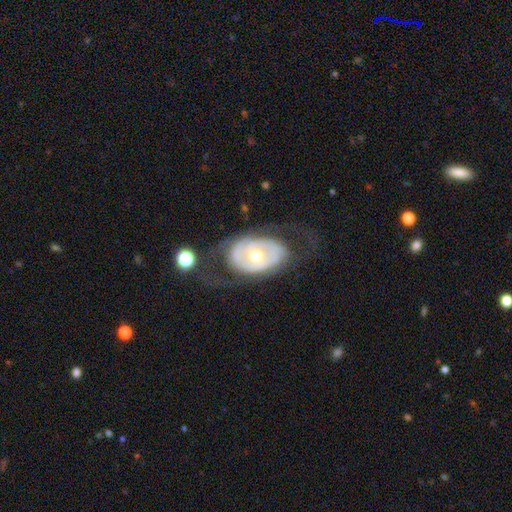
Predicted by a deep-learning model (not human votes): Smooth or featured? Predicted: featured or disk (p=0.72). Edge-on disk? Predicted: no (p=0.94). Bar? Predicted: no (p=0.71). Spiral arms? Predicted: no (p=0.50, tied with yes). Bulge size? Predicted: moderate (p=0.58). Merging? Predicted: none (p=0.58).